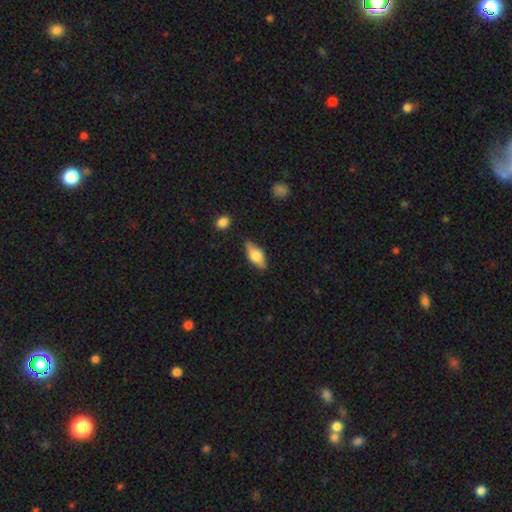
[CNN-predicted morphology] A smooth galaxy with no disk features (60%) that is in between round and cigar-shaped (76%).

Vote fractions:
- Smooth or featured? smooth: 60% / featured or disk: 34% / star or artifact: 7%
- How rounded? in between: 76% / cigar-shaped: 20% / round: 4%
- Merging? none: 80% / minor disturbance: 15% / major disturbance: 3% / merger: 2%